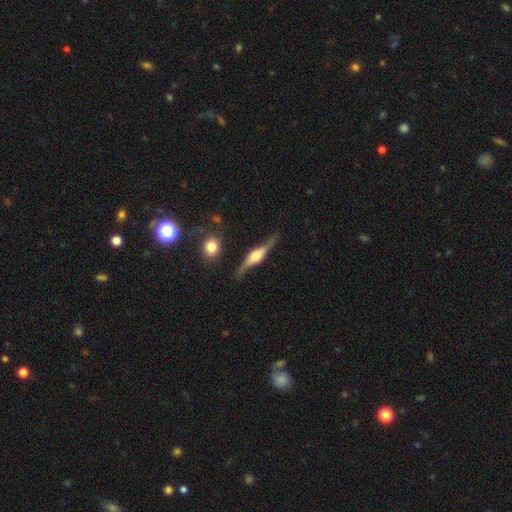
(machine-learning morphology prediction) Q: Smooth or featured?
A: featured or disk (82%); runner-up: smooth (13%)
Q: Edge-on disk?
A: yes (93%); runner-up: no (7%)
Q: Edge-on bulge?
A: rounded (87%); runner-up: boxy (11%)
Q: Merging?
A: none (79%); runner-up: minor disturbance (14%)